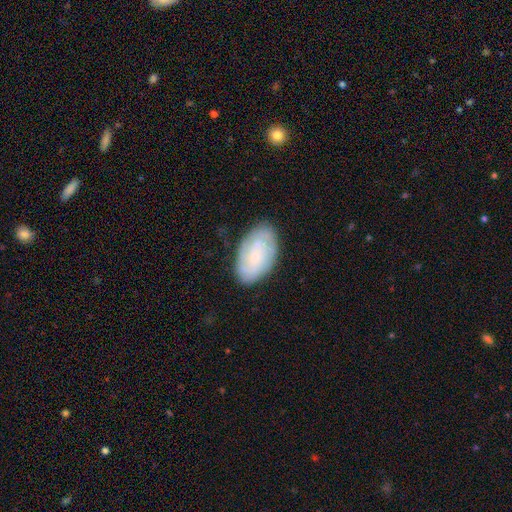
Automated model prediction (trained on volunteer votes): This appears to be a featured or disk galaxy (53%) with no bar (68%), spiral arms (83%) and a small central bulge (70%). Merging: none (79%).